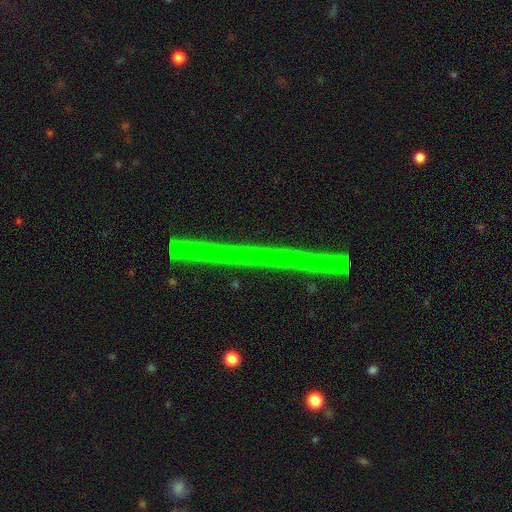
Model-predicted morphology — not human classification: Overall: featured or disk (63%). Edge-on disk: yes (97%). Edge-on bulge: none (93%). Merging: none (90%).